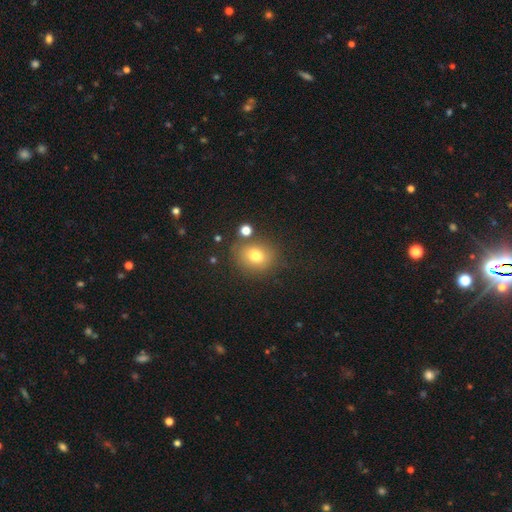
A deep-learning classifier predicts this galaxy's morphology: type=smooth (75%); roundness=round (66%); merging=none (76%).